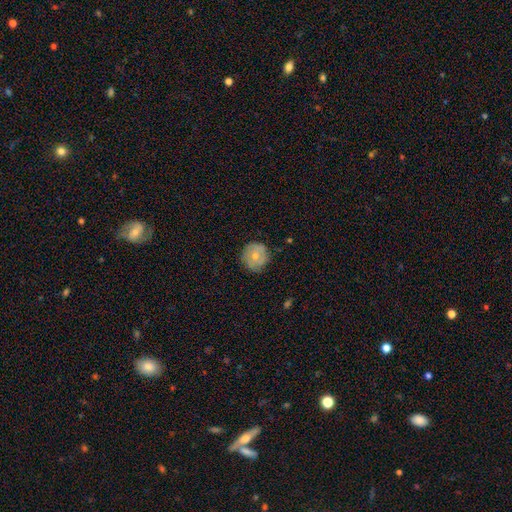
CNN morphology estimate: Smooth or featured?
  - smooth: 54% *
  - featured or disk: 39%
  - star or artifact: 7%
How rounded?
  - round: 91% *
  - in between: 8%
  - cigar-shaped: 1%
Merging?
  - none: 77% *
  - minor disturbance: 18%
  - major disturbance: 4%
  - merger: 1%